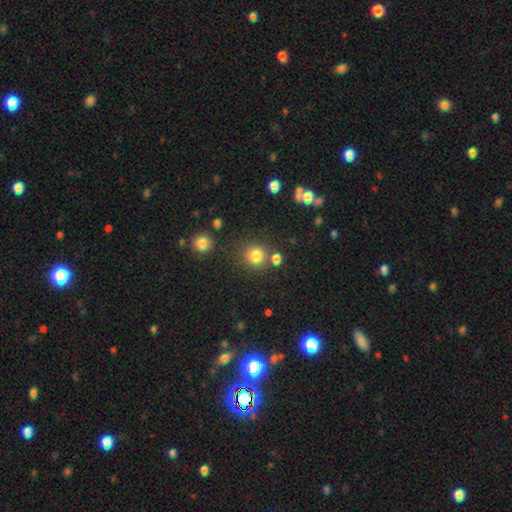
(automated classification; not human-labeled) Smooth or featured?
  - smooth: 80% *
  - star or artifact: 14%
  - featured or disk: 5%
How rounded?
  - round: 90% *
  - in between: 9%
  - cigar-shaped: 1%
Merging?
  - none: 75% *
  - merger: 12%
  - minor disturbance: 9%
  - major disturbance: 4%